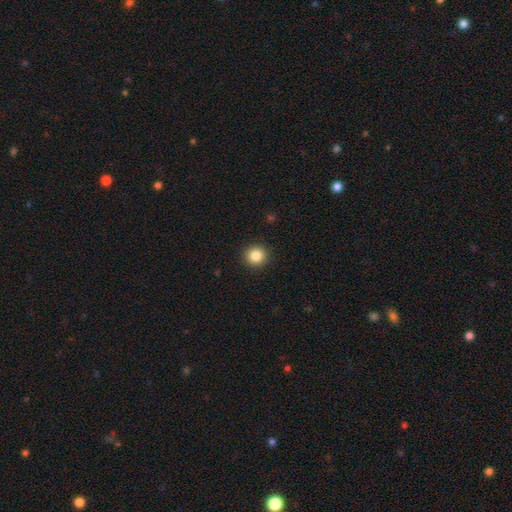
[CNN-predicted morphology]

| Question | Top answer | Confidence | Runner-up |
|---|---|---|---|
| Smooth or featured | smooth | 86% | star or artifact (10%) |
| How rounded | round | 93% | in between (6%) |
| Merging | none | 92% | minor disturbance (5%) |